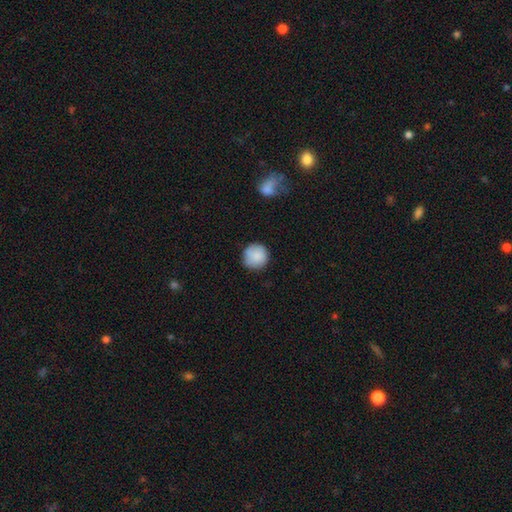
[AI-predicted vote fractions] This appears to be a smooth galaxy with no disk features (85%) that is round (95%). Merging: none (82%).